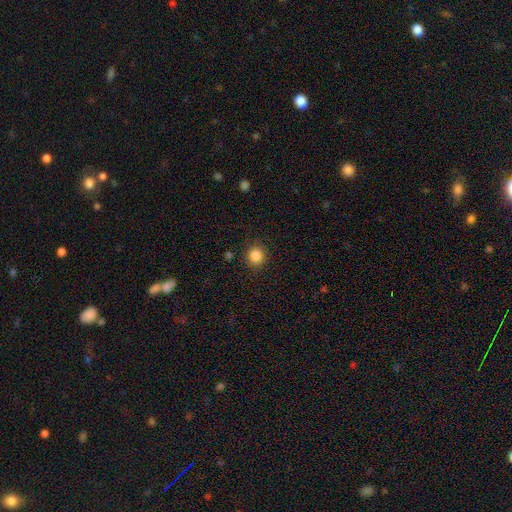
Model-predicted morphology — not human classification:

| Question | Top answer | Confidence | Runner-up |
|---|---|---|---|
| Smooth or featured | smooth | 86% | star or artifact (10%) |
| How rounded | round | 89% | in between (10%) |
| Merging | none | 88% | minor disturbance (8%) |